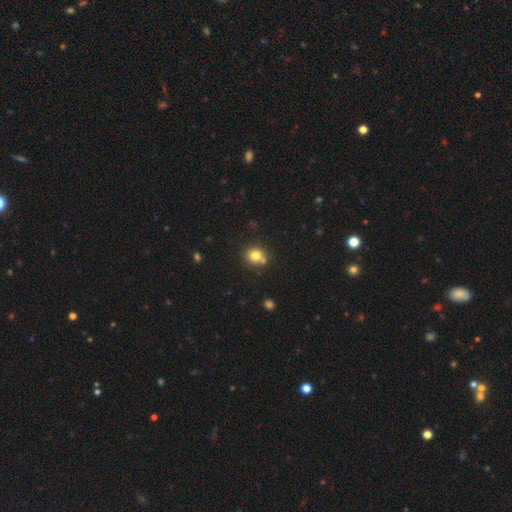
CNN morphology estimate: This is likely a smooth galaxy (78%). How rounded: clearly round (86%). Merging: likely none (67%).